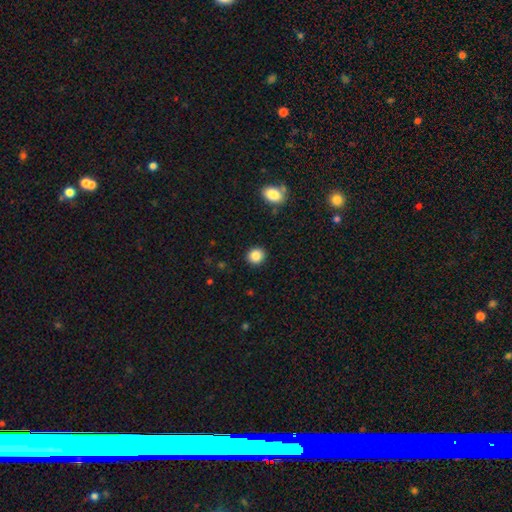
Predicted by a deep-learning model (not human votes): The model was most divided on "how rounded": round: 85%, in between: 14%, cigar-shaped: 1%. More confident: merging — none (91%); smooth or featured — smooth (87%).